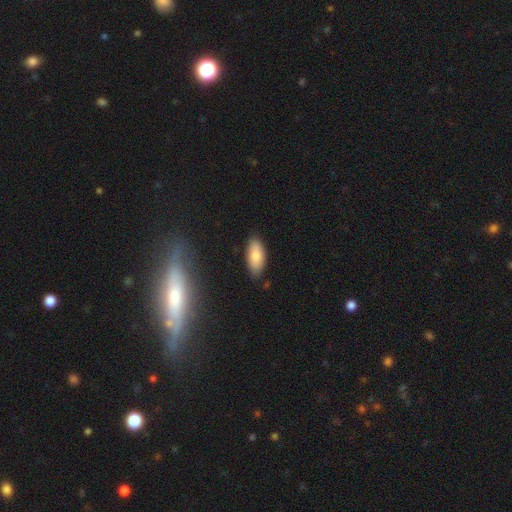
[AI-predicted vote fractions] Smooth or featured? smooth (82%)
How rounded? in between (89%)
Merging? none (83%)